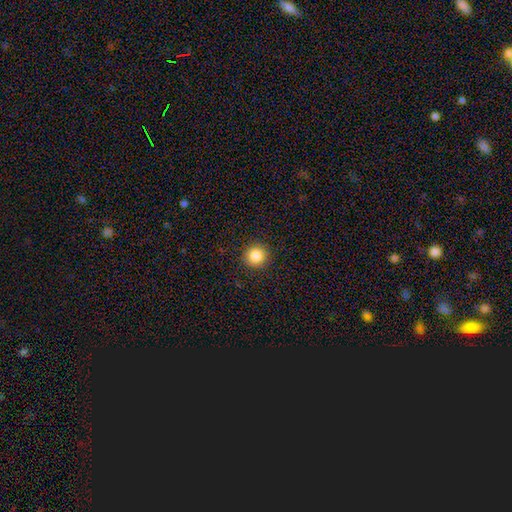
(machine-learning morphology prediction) The model was most divided on "smooth or featured": smooth: 85%, star or artifact: 10%, featured or disk: 5%. More confident: how rounded — round (94%); merging — none (91%).